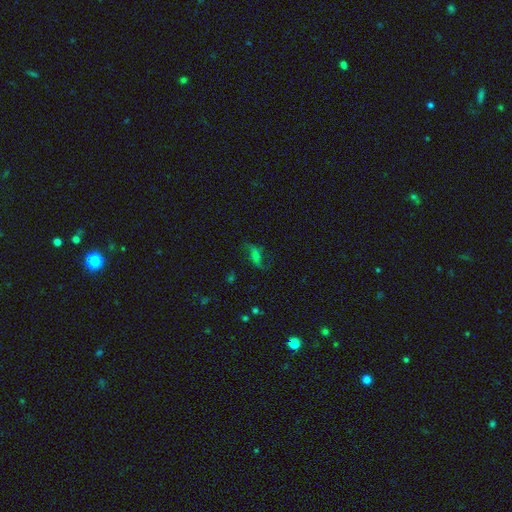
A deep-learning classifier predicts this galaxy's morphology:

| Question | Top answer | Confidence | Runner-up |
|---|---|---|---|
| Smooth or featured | featured or disk | 45% | smooth (35%) |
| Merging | none | 59% | minor disturbance (21%) |